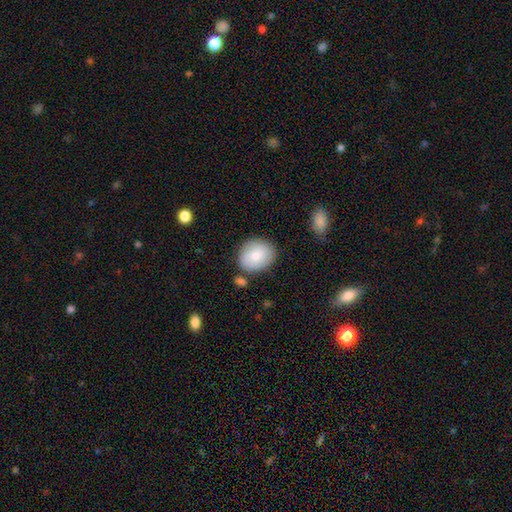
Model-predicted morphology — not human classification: Smooth or featured? smooth (80%)
How rounded? round (56%)
Merging? none (77%)